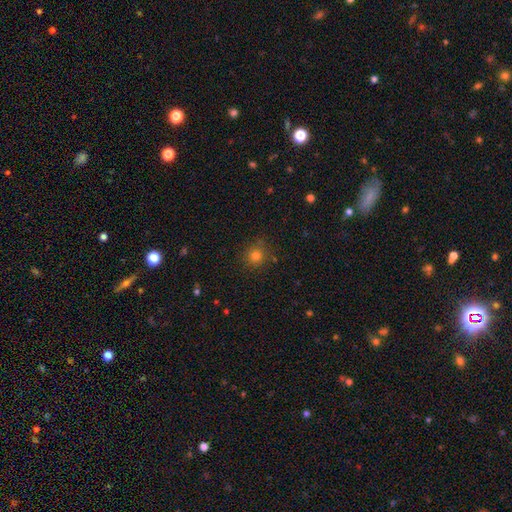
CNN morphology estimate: Q: Smooth or featured?
A: smooth (78%); runner-up: star or artifact (16%)
Q: How rounded?
A: round (92%); runner-up: in between (7%)
Q: Merging?
A: none (86%); runner-up: minor disturbance (9%)